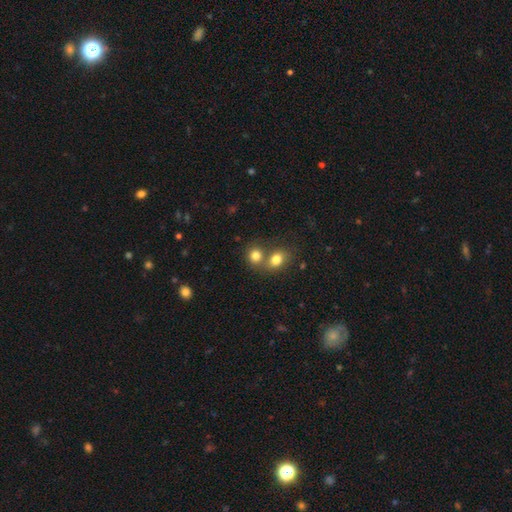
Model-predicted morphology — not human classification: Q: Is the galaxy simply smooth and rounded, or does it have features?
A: smooth — 80%.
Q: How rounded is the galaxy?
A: round — 71%.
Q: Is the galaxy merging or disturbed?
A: merger — 48%.